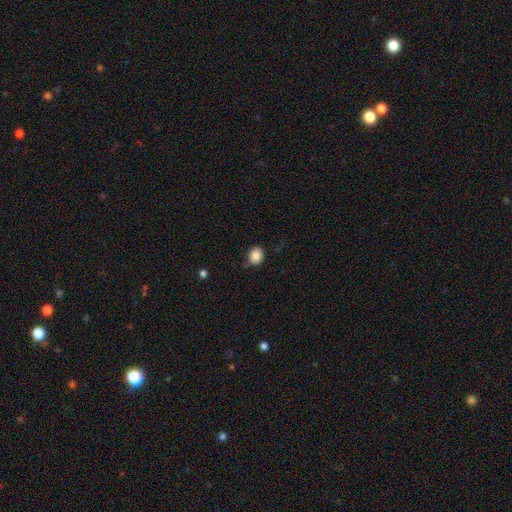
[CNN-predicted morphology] smooth 85%, star or artifact 9%, featured or disk 6%. Down the decision tree: how rounded — round (67%); merging — none (81%).